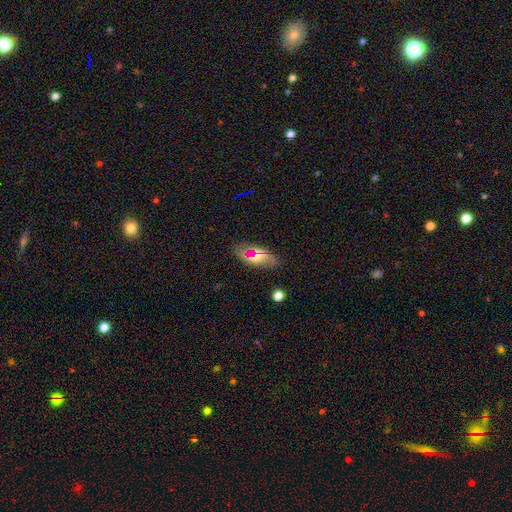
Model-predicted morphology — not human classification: Overall: featured or disk (55%; smooth 35%). Edge-on disk: no (81%). Merging: none (77%).